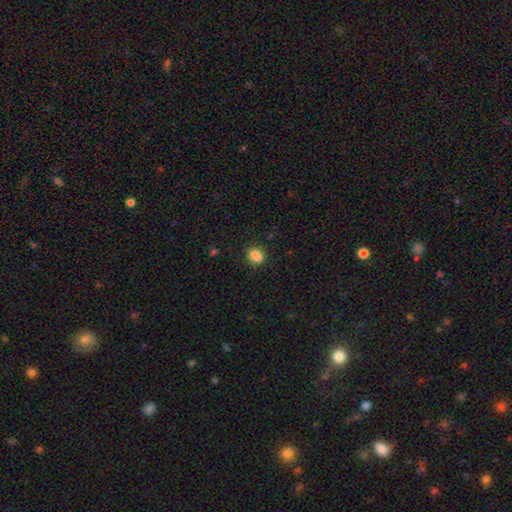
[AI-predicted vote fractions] Smooth or featured: smooth — 83% (star or artifact — 11%)
How rounded: round — 61% (in between — 38%)
Merging: none — 72% (minor disturbance — 14%)